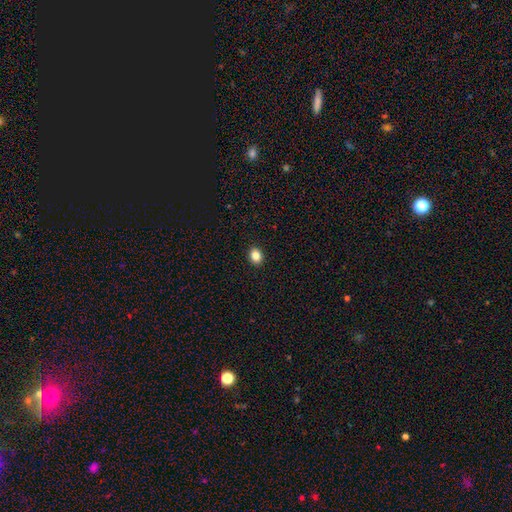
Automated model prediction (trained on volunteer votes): Overall: smooth (85%). How rounded: round (50%; in between 49%). Merging: none (92%).